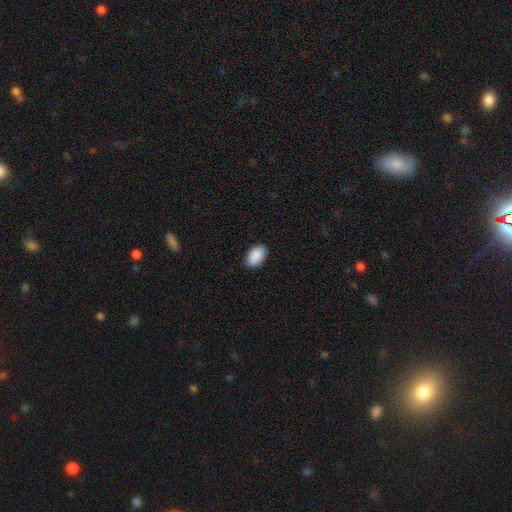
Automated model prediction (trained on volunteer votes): Overall: smooth (91%). How rounded: in between (92%). Merging: none (89%).